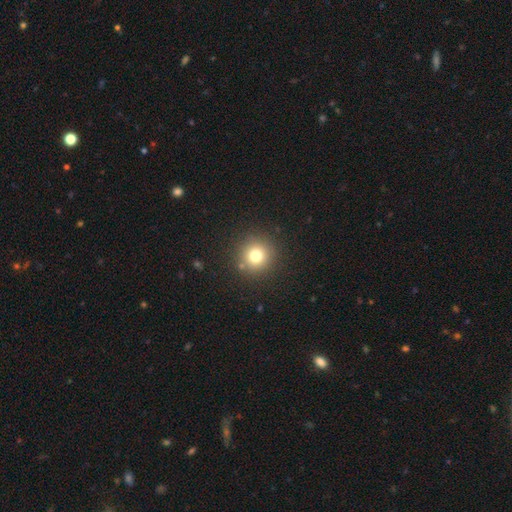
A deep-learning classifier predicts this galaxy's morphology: A smooth galaxy with no disk features (76%) that is round (94%). Merging: none (88%).